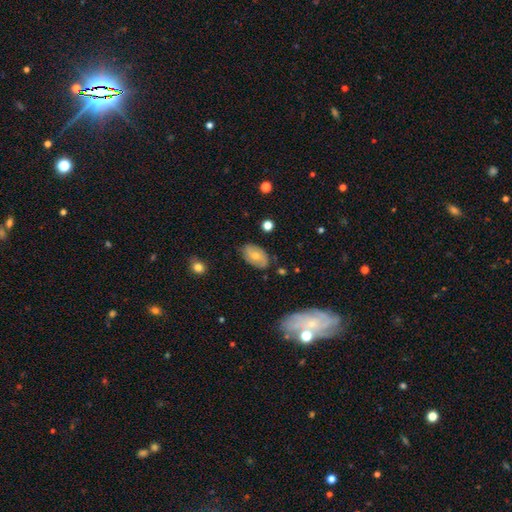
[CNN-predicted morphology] Smooth or featured? Predicted: smooth (p=0.57). How rounded? Predicted: in between (p=0.91). Merging? Predicted: none (p=0.78).